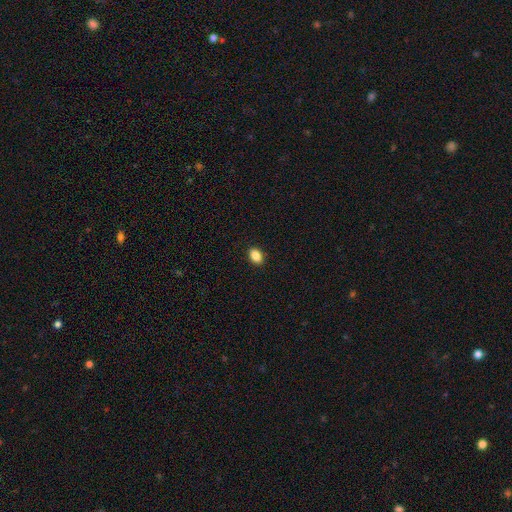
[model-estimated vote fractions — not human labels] smooth-or-featured: smooth: 88% | star or artifact: 9% | featured or disk: 4%
  how-rounded: in between: 81% | round: 17% | cigar-shaped: 1%
  merging: none: 91% | minor disturbance: 7% | major disturbance: 2% | merger: 1%